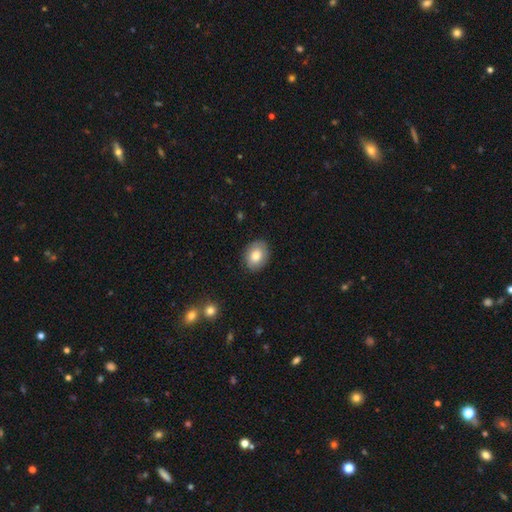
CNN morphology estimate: A smooth galaxy with no disk features (80%) that is in between round and cigar-shaped (63%). Merging: none (85%).